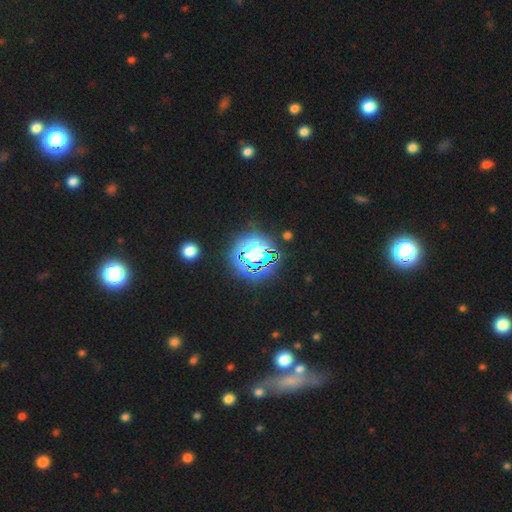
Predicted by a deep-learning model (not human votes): A star or artifact, not a galaxy (68%).